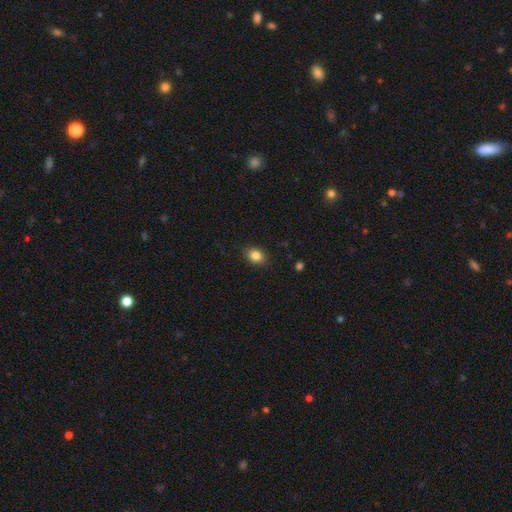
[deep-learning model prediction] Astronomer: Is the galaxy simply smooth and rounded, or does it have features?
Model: smooth — 84%.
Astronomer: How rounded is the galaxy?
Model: in between — 58% (runner-up: round, 41%).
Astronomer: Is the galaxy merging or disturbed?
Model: none — 87%.